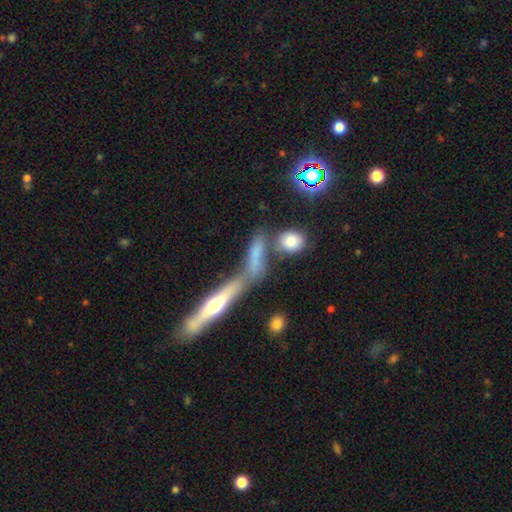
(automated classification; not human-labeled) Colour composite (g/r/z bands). It shows a smooth galaxy with no disk features (63%) that is cigar-shaped (49%). Merging: none (47%).